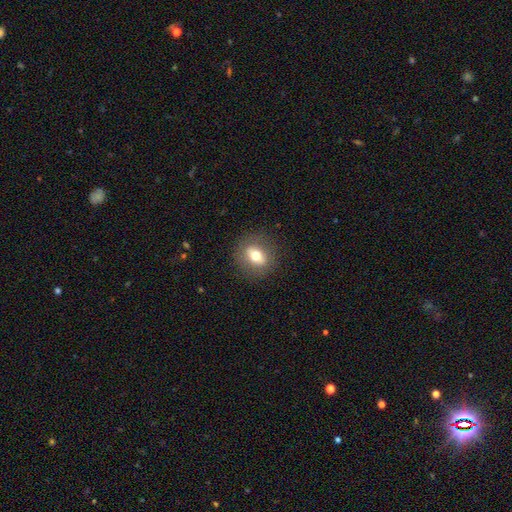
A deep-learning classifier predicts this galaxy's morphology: The model was most divided on "how rounded": round: 54%, in between: 43%, cigar-shaped: 3%. More confident: merging — none (86%); smooth or featured — smooth (62%).